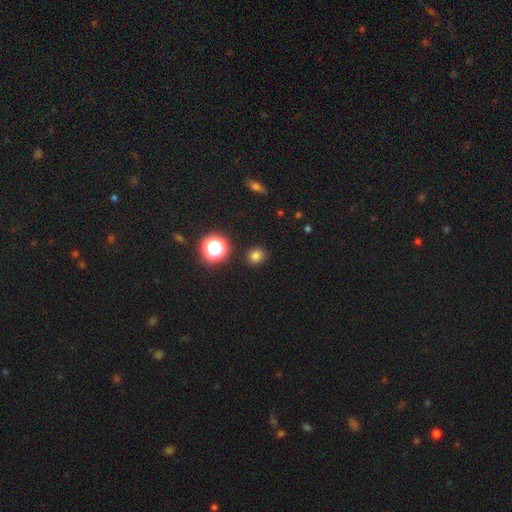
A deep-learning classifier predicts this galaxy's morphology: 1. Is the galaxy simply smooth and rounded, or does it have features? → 78% smooth, 17% star or artifact, 5% featured or disk.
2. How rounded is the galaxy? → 79% round, 20% in between, 1% cigar-shaped.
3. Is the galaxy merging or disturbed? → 89% none, 7% minor disturbance, 2% major disturbance, 2% merger.